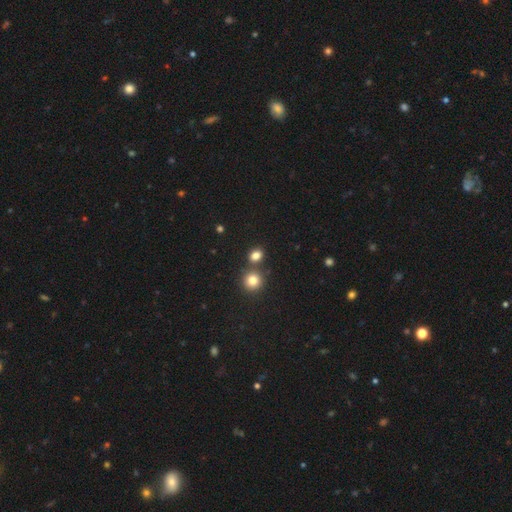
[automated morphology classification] This appears to be a smooth galaxy with no disk features (80%) that is round (56%). Merging: none (68%).